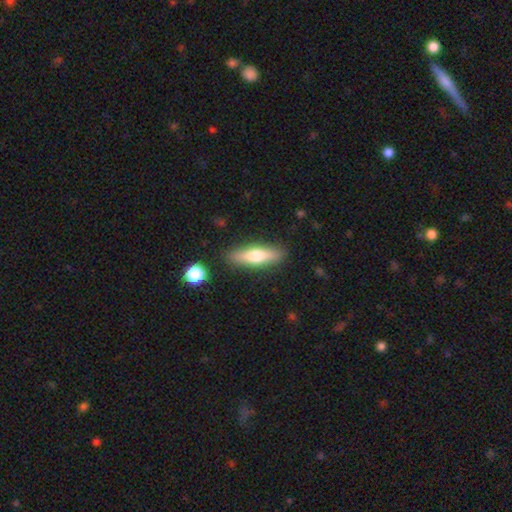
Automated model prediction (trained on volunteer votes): Smooth or featured? smooth (58%)
How rounded? cigar-shaped (64%)
Merging? none (87%)